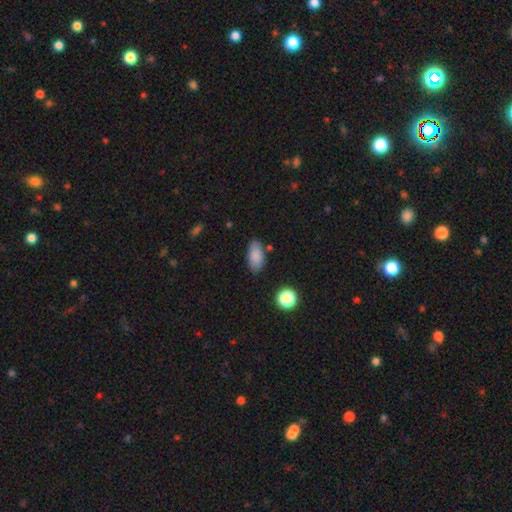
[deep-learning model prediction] This is clearly a smooth galaxy (86%). How rounded: clearly in between (91%). Merging: likely none (80%).